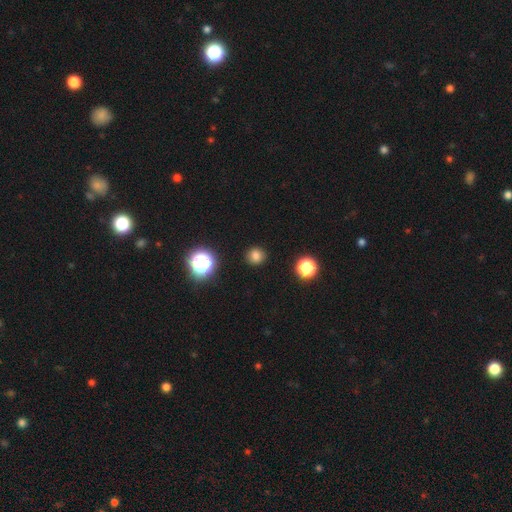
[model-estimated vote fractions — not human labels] A smooth galaxy with no disk features (80%) that is round (89%). Merging: none (90%).